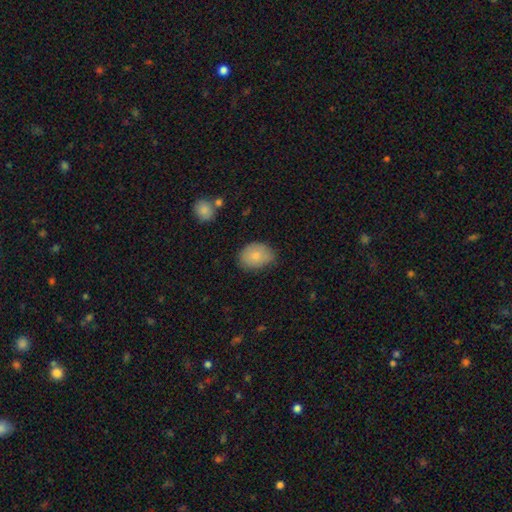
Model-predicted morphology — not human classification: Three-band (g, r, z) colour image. It shows a smooth galaxy with no disk features (82%) that is in between round and cigar-shaped (71%). Merging: none (65%).